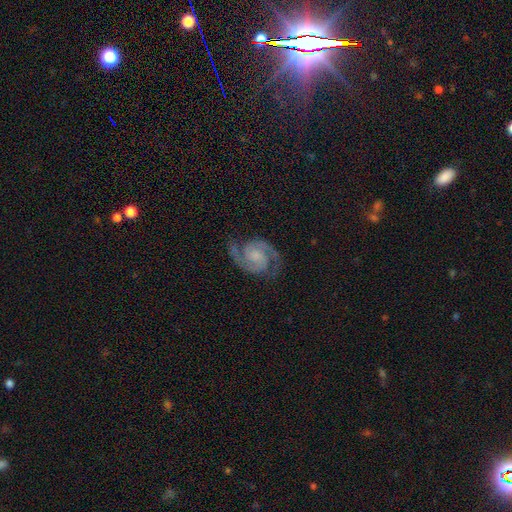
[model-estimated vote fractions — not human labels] Overall: featured or disk (92%). Edge-on disk: no (98%). Bar: no (57%; weak 34%). Spiral arms: yes (98%). Spiral arm count: 2 (94%). Spiral winding: medium (55%; tight 35%). Bulge size: small (36%; none 30%). Merging: none (80%).